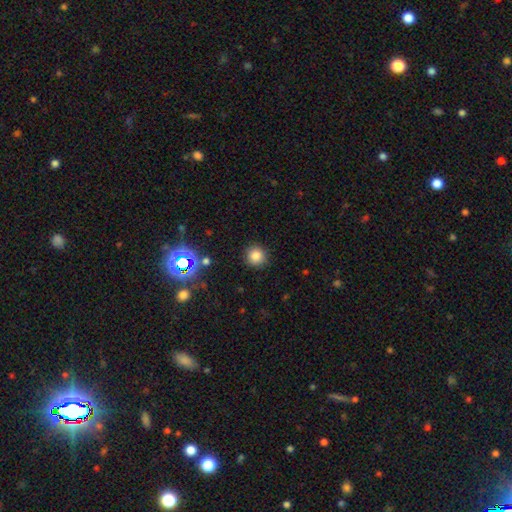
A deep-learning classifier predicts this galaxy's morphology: Overall: smooth (80%). How rounded: round (93%). Merging: none (90%).